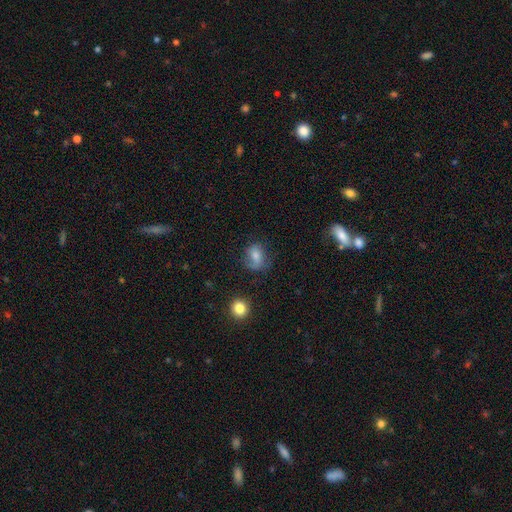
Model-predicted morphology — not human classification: A smooth galaxy with no disk features (62%) that is in between round and cigar-shaped (61%). Merging: none (53%).